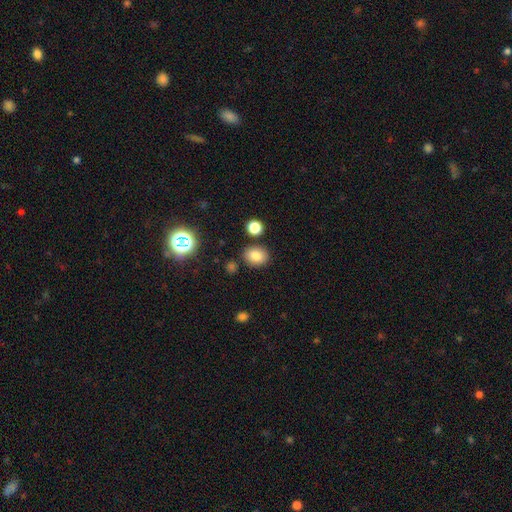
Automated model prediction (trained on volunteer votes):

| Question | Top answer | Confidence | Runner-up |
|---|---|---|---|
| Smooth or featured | smooth | 80% | star or artifact (12%) |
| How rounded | in between | 53% | round (46%) |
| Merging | none | 83% | minor disturbance (9%) |